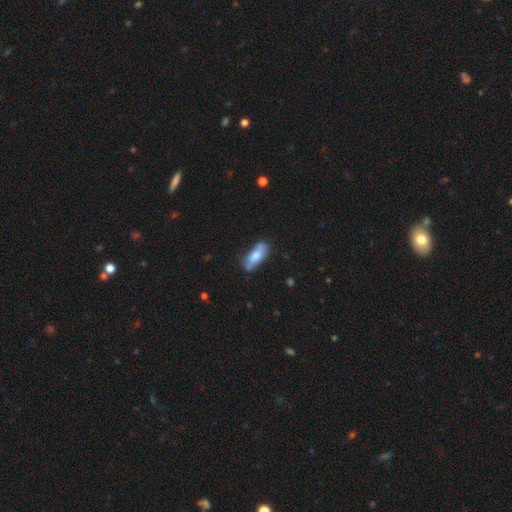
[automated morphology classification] A smooth galaxy with no disk features (70%) that is in between round and cigar-shaped (72%).

Vote fractions:
- Smooth or featured? smooth: 70% / featured or disk: 24% / star or artifact: 6%
- How rounded? in between: 72% / cigar-shaped: 26% / round: 2%
- Merging? none: 72% / minor disturbance: 21% / major disturbance: 4% / merger: 3%